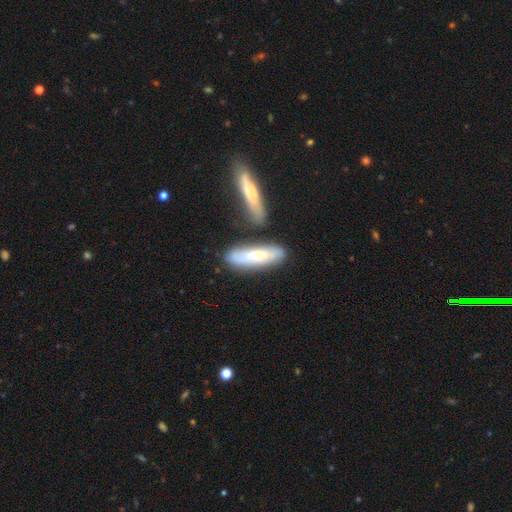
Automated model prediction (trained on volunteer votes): A smooth galaxy with no disk features (52%) that is cigar-shaped (64%).

Vote fractions:
- Smooth or featured? smooth: 52% / featured or disk: 43% / star or artifact: 6%
- How rounded? cigar-shaped: 64% / in between: 34% / round: 2%
- Merging? none: 65% / merger: 15% / minor disturbance: 15% / major disturbance: 4%